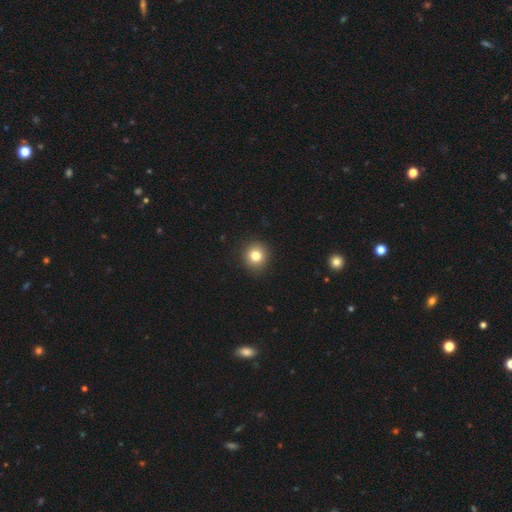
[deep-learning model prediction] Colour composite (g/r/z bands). It shows a smooth galaxy with no disk features (81%) that is round (91%). Merging: none (92%).